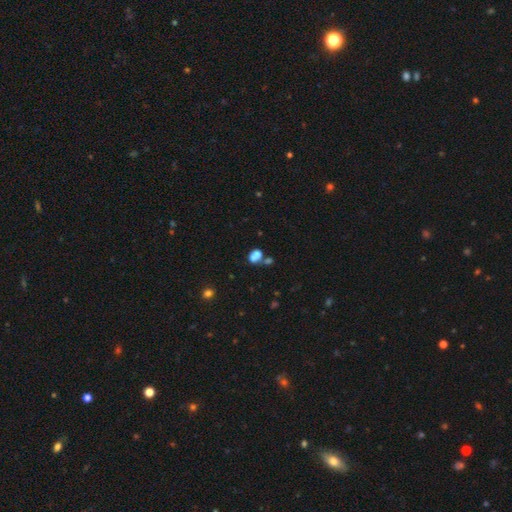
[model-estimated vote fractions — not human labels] The model was most divided on "merging": none: 41%, merger: 35%, minor disturbance: 16%, major disturbance: 8%. More confident: smooth or featured — smooth (77%); how rounded — in between (61%).